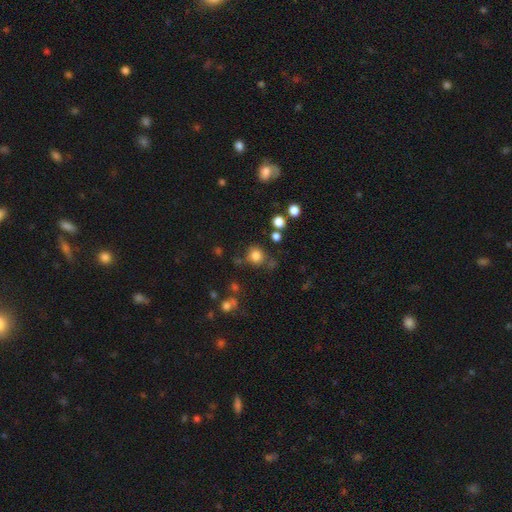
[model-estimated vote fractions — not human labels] Q: Smooth or featured?
A: smooth (80%); runner-up: star or artifact (14%)
Q: How rounded?
A: round (86%); runner-up: in between (13%)
Q: Merging?
A: none (74%); runner-up: minor disturbance (13%)